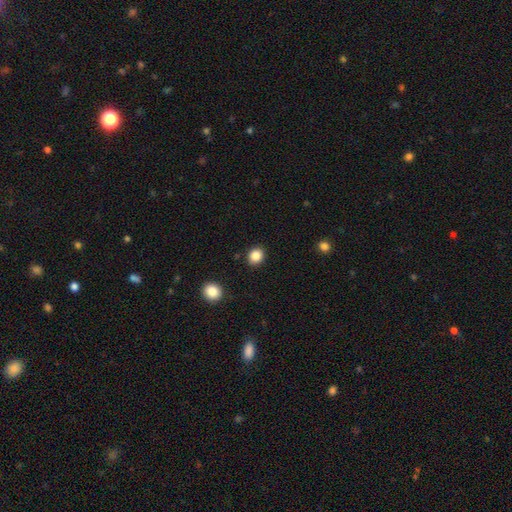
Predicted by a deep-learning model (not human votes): Morphology: type=smooth (86%); roundness=round (69%); merging=none (90%).